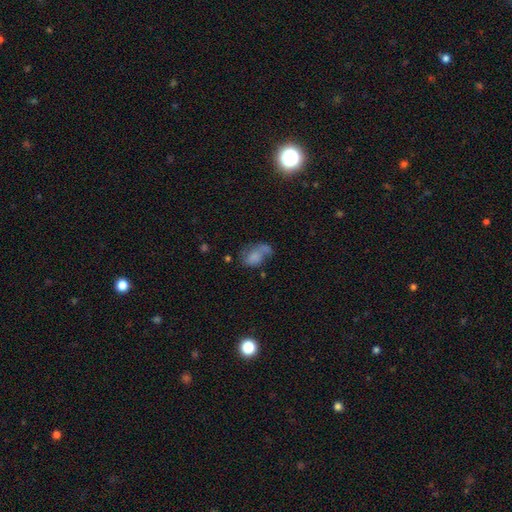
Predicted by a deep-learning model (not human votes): This appears to be a smooth galaxy with no disk features (63%) that is in between round and cigar-shaped (82%). Merging: none (30%).